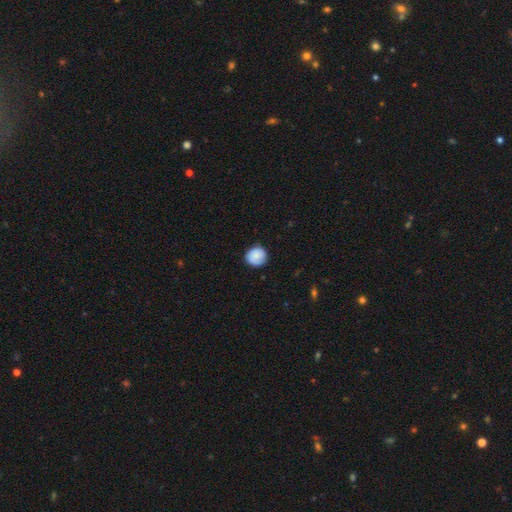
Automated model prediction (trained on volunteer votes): Smooth or featured? Predicted: smooth (p=0.81). How rounded? Predicted: round (p=0.87). Merging? Predicted: none (p=0.78).